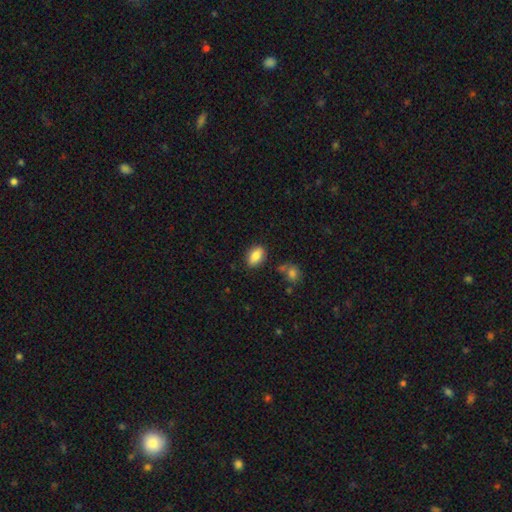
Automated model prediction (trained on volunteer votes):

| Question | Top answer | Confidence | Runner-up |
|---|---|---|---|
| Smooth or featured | smooth | 84% | featured or disk (8%) |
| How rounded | in between | 88% | round (10%) |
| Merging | none | 85% | minor disturbance (10%) |